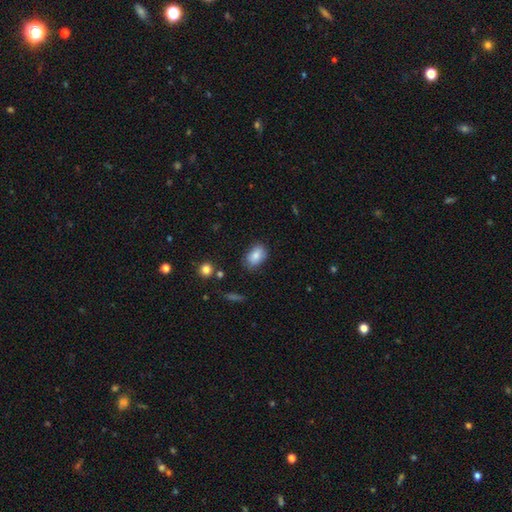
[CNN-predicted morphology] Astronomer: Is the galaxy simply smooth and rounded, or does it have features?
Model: smooth — 84%.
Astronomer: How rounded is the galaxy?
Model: in between — 86%.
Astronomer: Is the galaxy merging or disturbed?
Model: none — 78%.